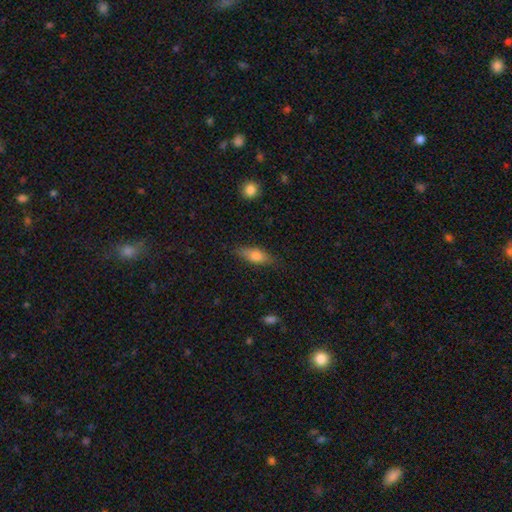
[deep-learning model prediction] Q: Smooth or featured?
A: smooth (70%); runner-up: featured or disk (23%)
Q: How rounded?
A: in between (69%); runner-up: cigar-shaped (27%)
Q: Merging?
A: none (77%); runner-up: minor disturbance (17%)